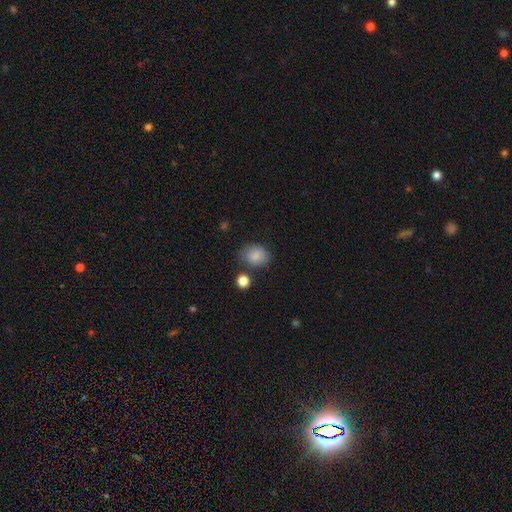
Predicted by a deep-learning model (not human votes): A smooth galaxy with no disk features (84%) that is in between round and cigar-shaped (52%). Merging: none (69%).